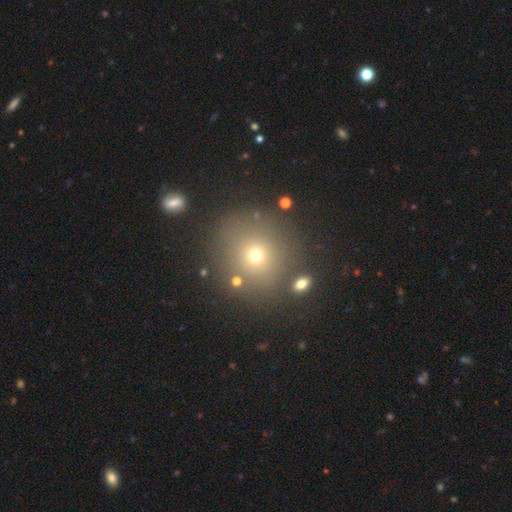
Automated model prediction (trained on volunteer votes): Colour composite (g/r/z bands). It shows a smooth galaxy with no disk features (66%) that is round (91%). Merging: none (82%).